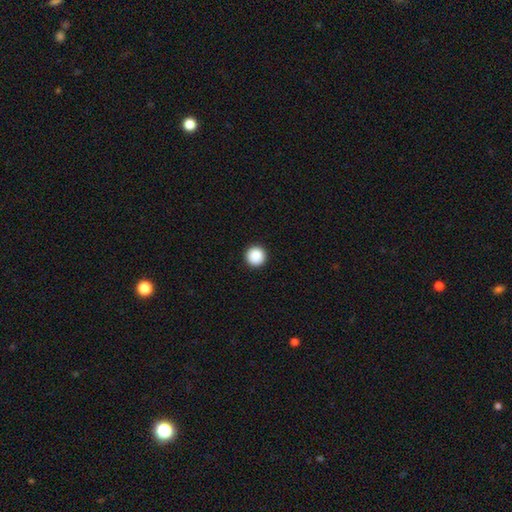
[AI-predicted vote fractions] Morphology: type=smooth (89%); roundness=round (97%); merging=none (94%).